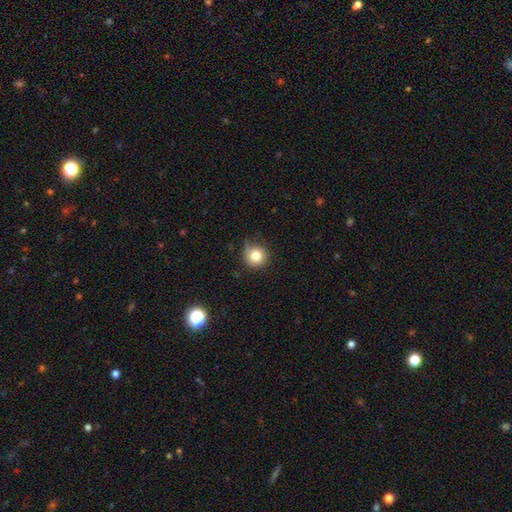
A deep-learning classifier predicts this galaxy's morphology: A smooth galaxy with no disk features (81%) that is round (91%). Merging: none (67%).